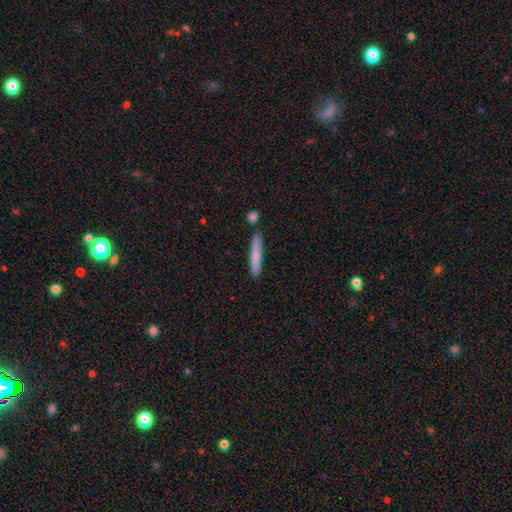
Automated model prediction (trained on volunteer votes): smooth 75%, featured or disk 19%, star or artifact 6%. Down the decision tree: how rounded — cigar-shaped (93%); merging — none (81%).